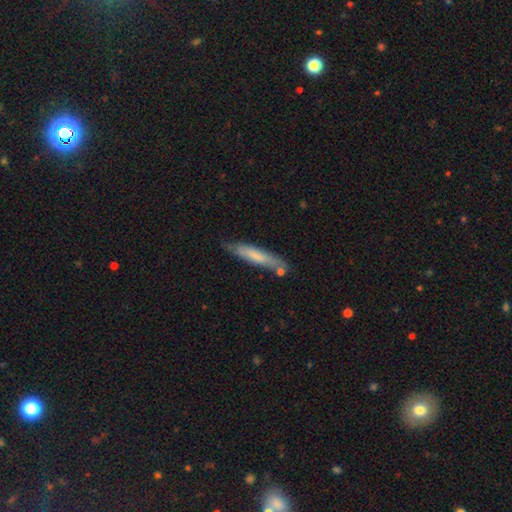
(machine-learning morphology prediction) This appears to be a smooth galaxy with no disk features (64%) that is cigar-shaped (88%). Merging: none (71%).